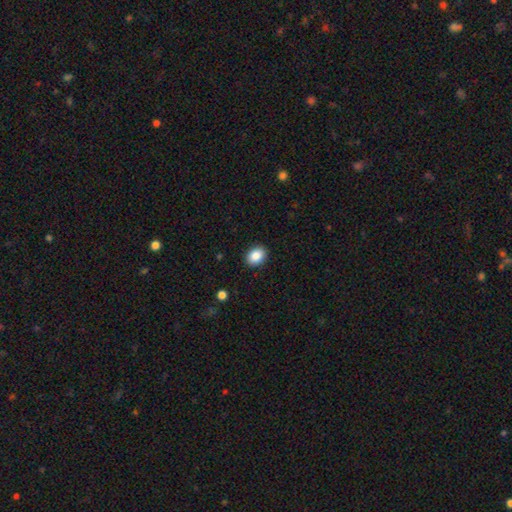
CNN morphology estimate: smooth_or_featured: smooth (p=0.88) [alt: star or artifact p=0.08]
how_rounded: in between (p=0.65) [alt: round p=0.34]
merging: none (p=0.90) [alt: minor disturbance p=0.07]